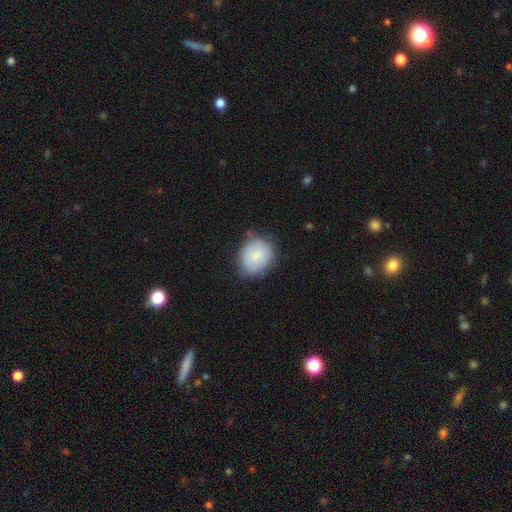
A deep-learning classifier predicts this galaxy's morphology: This is clearly a smooth galaxy (81%). How rounded: possibly round (59%). Merging: likely none (69%).